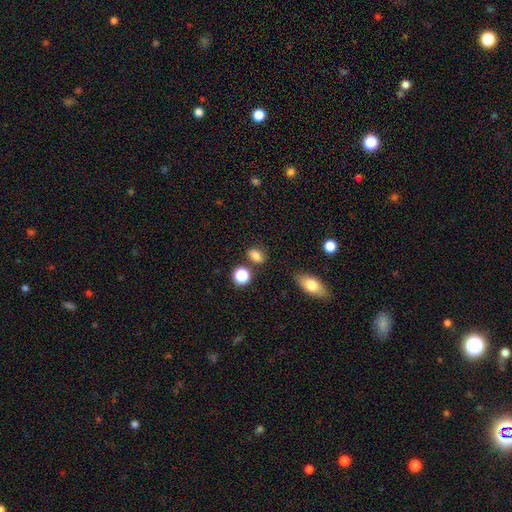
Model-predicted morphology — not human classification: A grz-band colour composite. It shows a smooth galaxy with no disk features (81%) that is in between round and cigar-shaped (73%). Merging: none (77%).